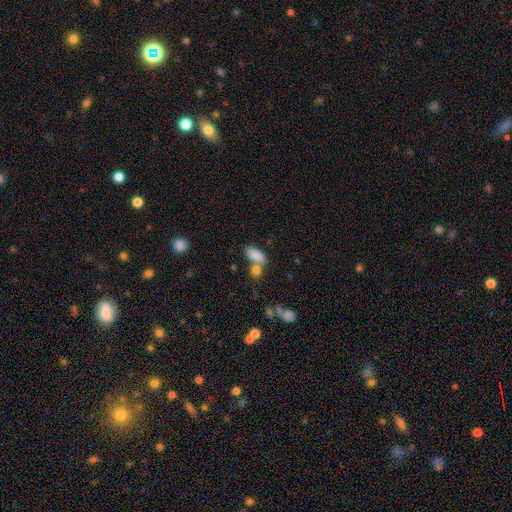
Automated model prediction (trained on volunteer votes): The model was most divided on "merging": none: 48%, merger: 35%, minor disturbance: 13%, major disturbance: 5%. More confident: smooth or featured — smooth (84%); how rounded — in between (82%).